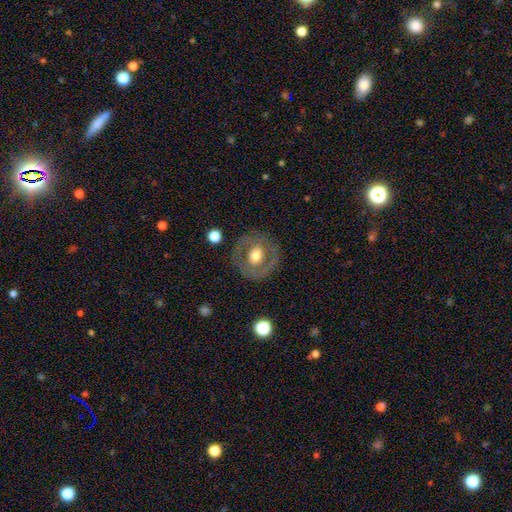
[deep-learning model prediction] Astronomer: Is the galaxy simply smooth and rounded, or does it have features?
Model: featured or disk — 53% (runner-up: smooth, 40%).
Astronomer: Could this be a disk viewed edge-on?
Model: no — 95%.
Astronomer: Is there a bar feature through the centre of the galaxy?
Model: no — 67%.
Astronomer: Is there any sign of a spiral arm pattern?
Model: no — 78%.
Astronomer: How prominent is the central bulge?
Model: moderate — 62%.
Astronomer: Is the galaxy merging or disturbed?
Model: none — 80%.